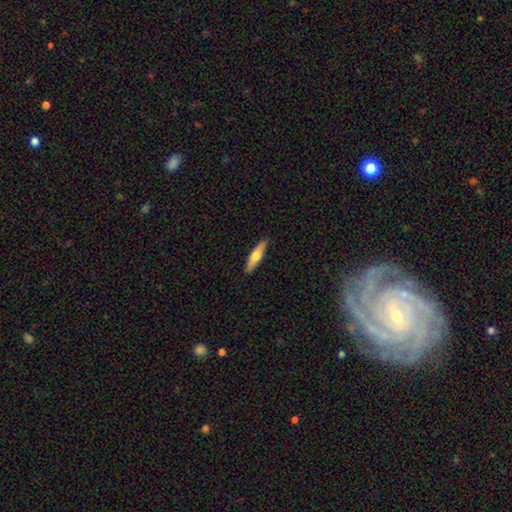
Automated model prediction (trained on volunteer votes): The model was most divided on "smooth or featured": smooth: 64%, featured or disk: 31%, star or artifact: 5%. More confident: merging — none (89%); how rounded — cigar-shaped (75%).